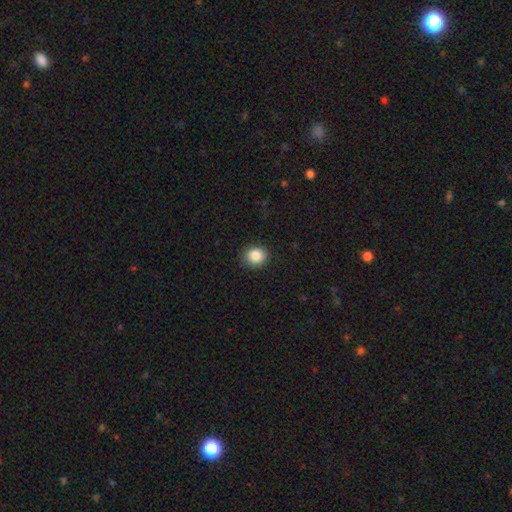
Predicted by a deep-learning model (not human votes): Smooth or featured?
  - smooth: 86% *
  - star or artifact: 9%
  - featured or disk: 4%
How rounded?
  - round: 80% *
  - in between: 19%
  - cigar-shaped: 1%
Merging?
  - none: 88% *
  - minor disturbance: 9%
  - major disturbance: 2%
  - merger: 1%